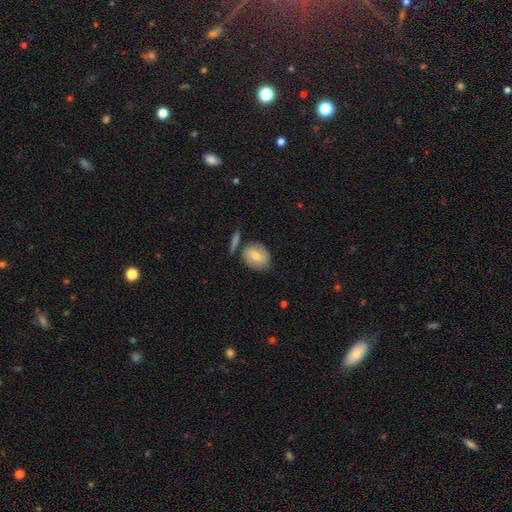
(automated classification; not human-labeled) smooth_or_featured: smooth (p=0.57) [alt: featured or disk p=0.34]
how_rounded: round (p=0.57) [alt: in between p=0.41]
merging: none (p=0.71) [alt: minor disturbance p=0.14]